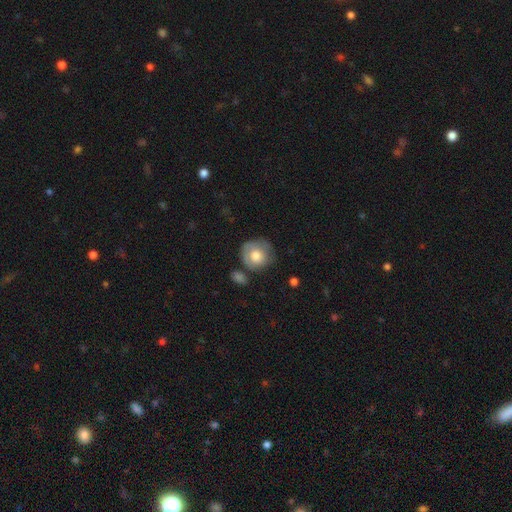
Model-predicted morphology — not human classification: The model was most divided on "merging": none: 59%, minor disturbance: 25%, major disturbance: 10%, merger: 7%. More confident: how rounded — round (86%); smooth or featured — smooth (68%).